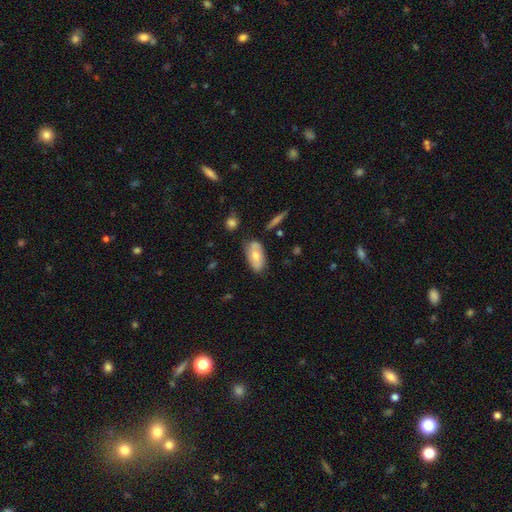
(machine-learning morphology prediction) This is likely a smooth galaxy (63%). How rounded: clearly in between (90%). Merging: likely none (71%).